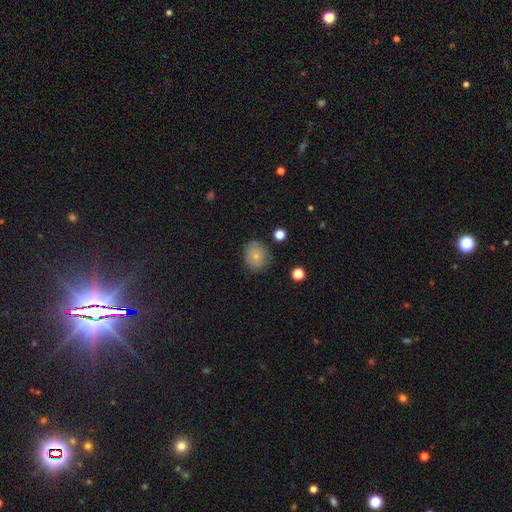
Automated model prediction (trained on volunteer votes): This is likely a smooth galaxy (76%). How rounded: likely round (73%). Merging: likely none (79%).